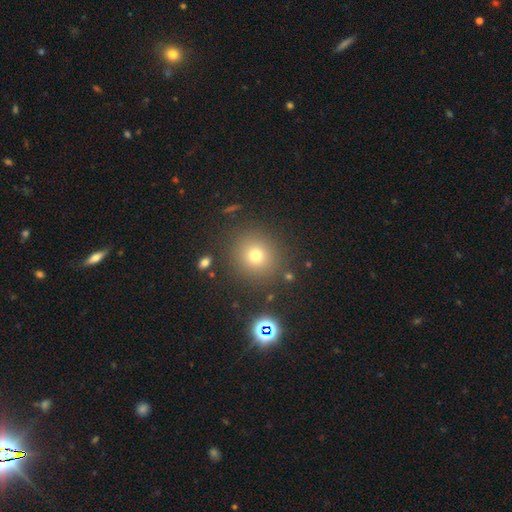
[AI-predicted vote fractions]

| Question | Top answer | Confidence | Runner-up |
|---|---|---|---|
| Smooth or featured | smooth | 71% | star or artifact (19%) |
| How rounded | round | 90% | in between (9%) |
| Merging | none | 87% | minor disturbance (7%) |